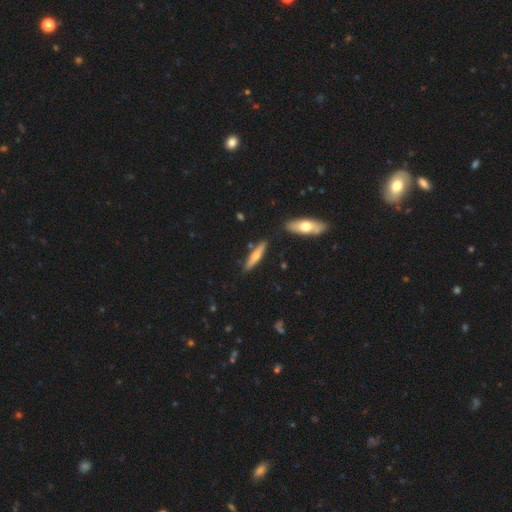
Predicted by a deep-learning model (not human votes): smooth 48%, featured or disk 46%, star or artifact 6%. Down the decision tree: merging — none (84%).